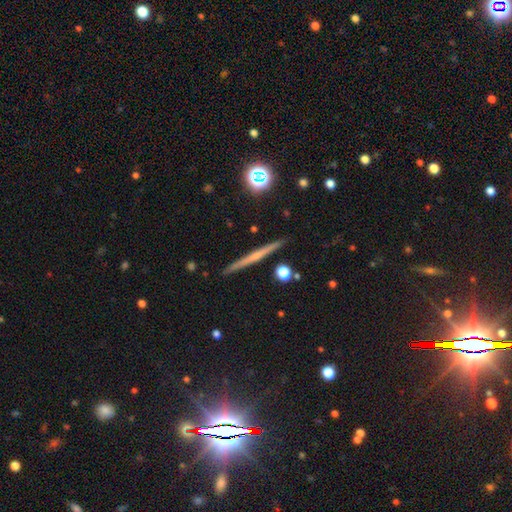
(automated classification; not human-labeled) A featured or disk galaxy (60%) viewed edge-on (98%) with no central bulge (61%). Merging: none (92%).